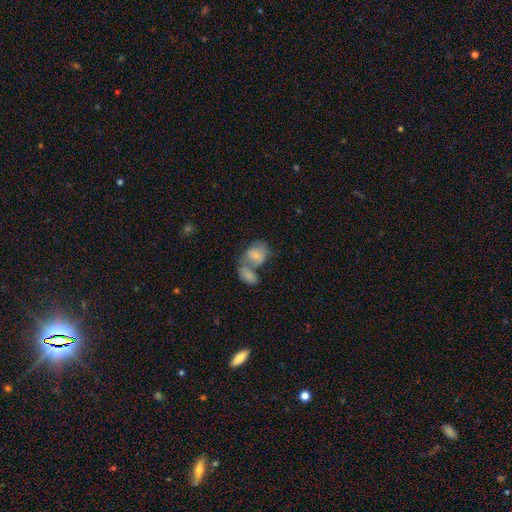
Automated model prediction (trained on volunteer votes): Overall: smooth (72%). How rounded: in between (67%; round 31%). Merging: merger (65%).